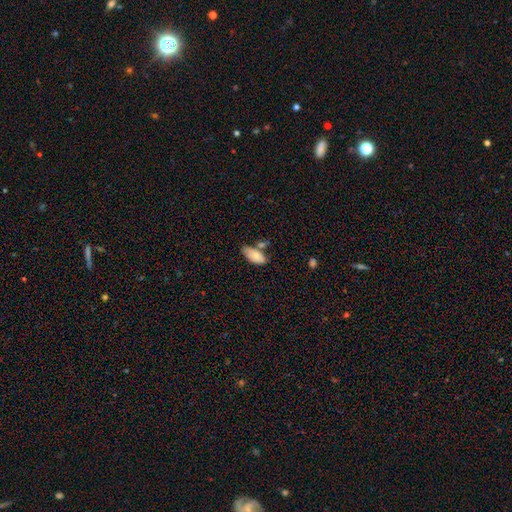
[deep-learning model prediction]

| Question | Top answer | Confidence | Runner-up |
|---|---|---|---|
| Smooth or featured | smooth | 81% | featured or disk (12%) |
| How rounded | in between | 91% | cigar-shaped (7%) |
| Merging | none | 50% | minor disturbance (24%) |